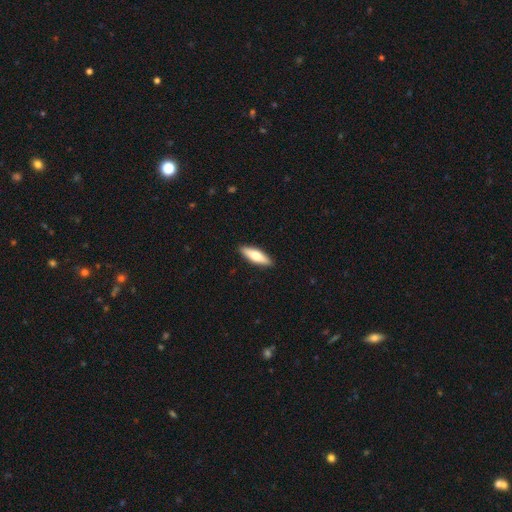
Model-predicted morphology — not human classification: The model was most divided on "how rounded": cigar-shaped: 53%, in between: 45%, round: 2%. More confident: merging — none (91%); smooth or featured — smooth (64%).